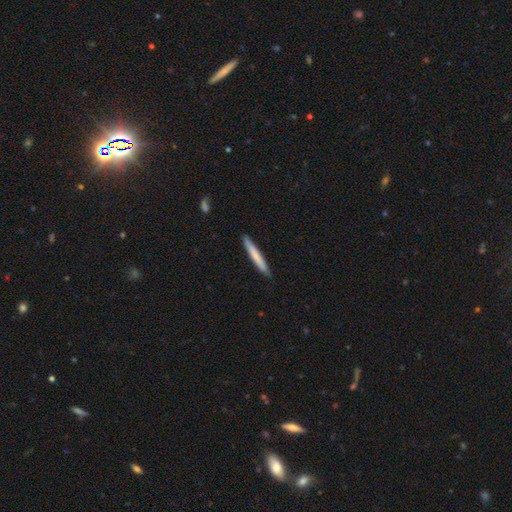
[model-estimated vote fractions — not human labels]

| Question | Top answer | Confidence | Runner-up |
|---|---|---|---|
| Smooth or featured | smooth | 73% | featured or disk (22%) |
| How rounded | cigar-shaped | 96% | in between (3%) |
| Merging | none | 90% | minor disturbance (8%) |